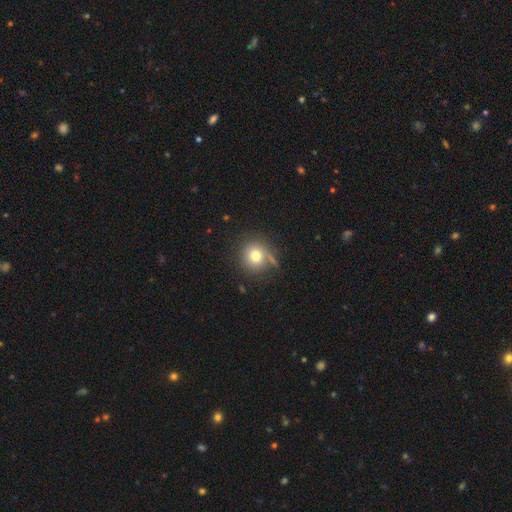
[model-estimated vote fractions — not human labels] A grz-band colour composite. It shows a smooth galaxy with no disk features (74%) that is round (90%). Merging: none (67%).